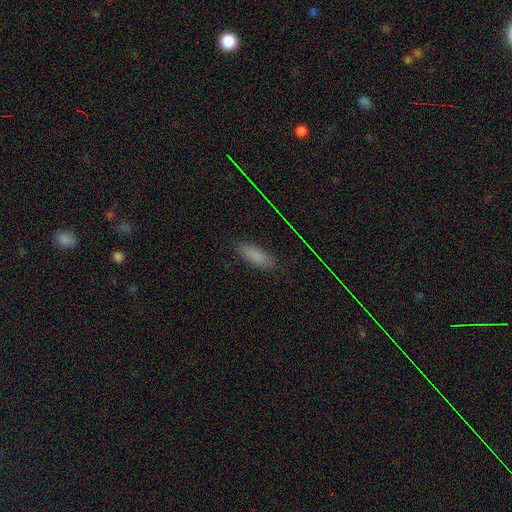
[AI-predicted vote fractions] Q: Smooth or featured?
A: smooth (81%); runner-up: star or artifact (13%)
Q: How rounded?
A: in between (78%); runner-up: cigar-shaped (19%)
Q: Merging?
A: none (86%); runner-up: minor disturbance (11%)